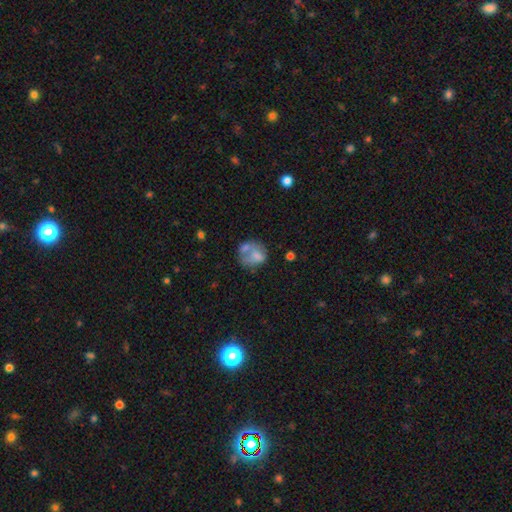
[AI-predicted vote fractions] Q: Smooth or featured?
A: smooth (58%); runner-up: featured or disk (32%)
Q: How rounded?
A: round (60%); runner-up: in between (39%)
Q: Merging?
A: merger (35%); runner-up: none (30%)